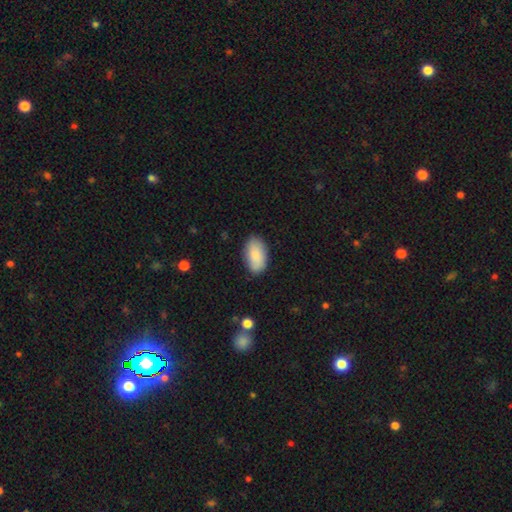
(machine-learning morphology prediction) Smooth or featured: smooth — 85% (featured or disk — 9%)
How rounded: in between — 94% (round — 4%)
Merging: none — 83% (minor disturbance — 13%)